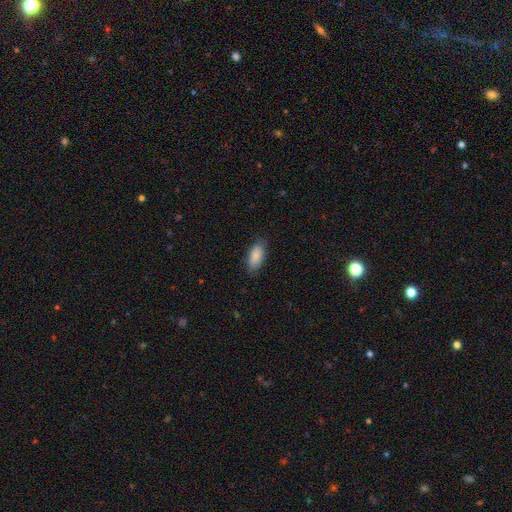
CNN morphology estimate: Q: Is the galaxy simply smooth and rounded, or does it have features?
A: smooth — 87%.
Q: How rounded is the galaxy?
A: in between — 89%.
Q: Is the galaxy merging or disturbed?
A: none — 82%.